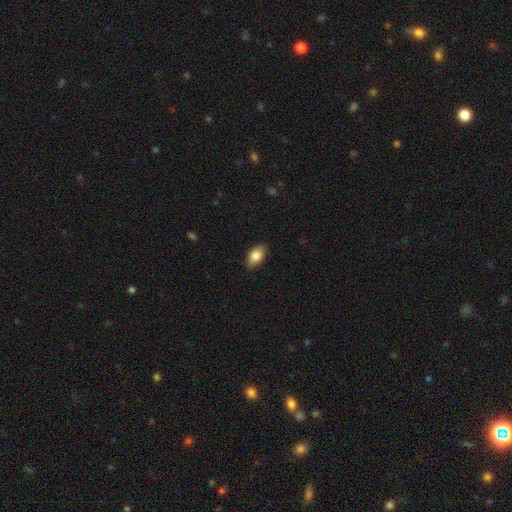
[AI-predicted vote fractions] Smooth or featured? smooth (85%)
How rounded? in between (92%)
Merging? none (88%)